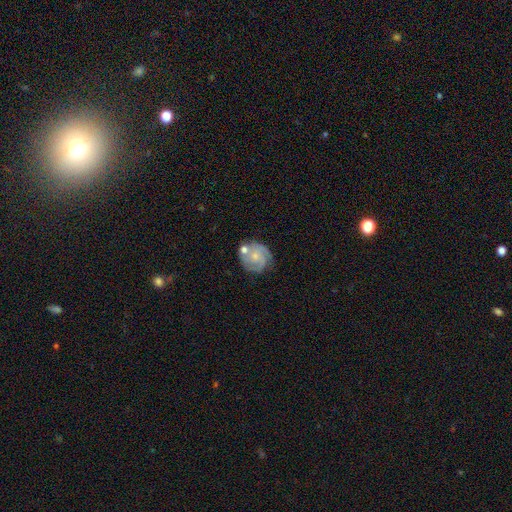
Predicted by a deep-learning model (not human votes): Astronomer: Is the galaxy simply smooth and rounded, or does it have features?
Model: featured or disk — 69%.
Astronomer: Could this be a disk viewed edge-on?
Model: no — 98%.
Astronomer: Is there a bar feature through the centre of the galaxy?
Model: no — 74%.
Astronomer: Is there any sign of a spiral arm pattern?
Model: yes — 90%.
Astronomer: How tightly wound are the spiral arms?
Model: tight — 57% (runner-up: medium, 33%).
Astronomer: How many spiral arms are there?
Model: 3 — 35% (runner-up: 2, 26%).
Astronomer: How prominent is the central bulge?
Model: small — 58%.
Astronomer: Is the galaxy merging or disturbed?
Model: none — 60%.